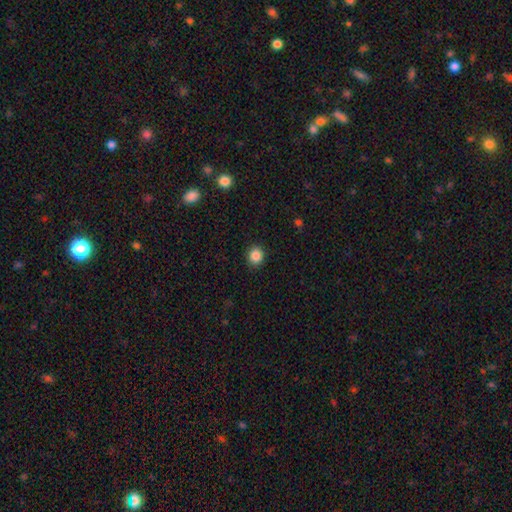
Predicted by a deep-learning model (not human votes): smooth 86%, star or artifact 10%, featured or disk 3%. Down the decision tree: how rounded — round (84%); merging — none (91%).